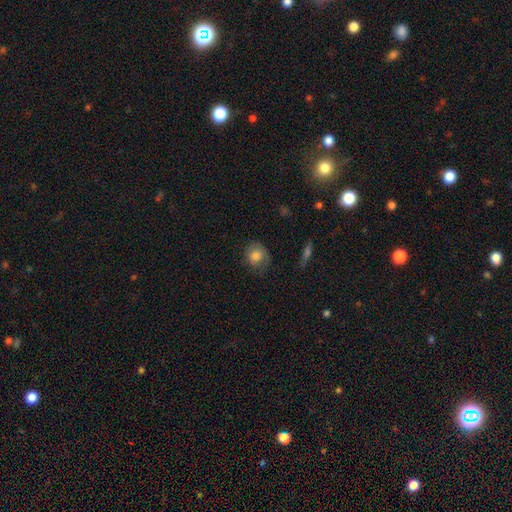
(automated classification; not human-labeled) Smooth or featured? smooth (75%)
How rounded? round (74%)
Merging? none (58%)